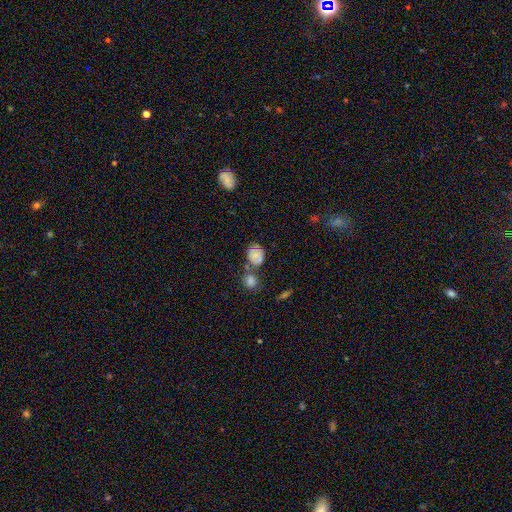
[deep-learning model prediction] Smooth or featured: smooth — 70% (featured or disk — 16%)
How rounded: round — 60% (in between — 38%)
Merging: none — 53% (merger — 23%)